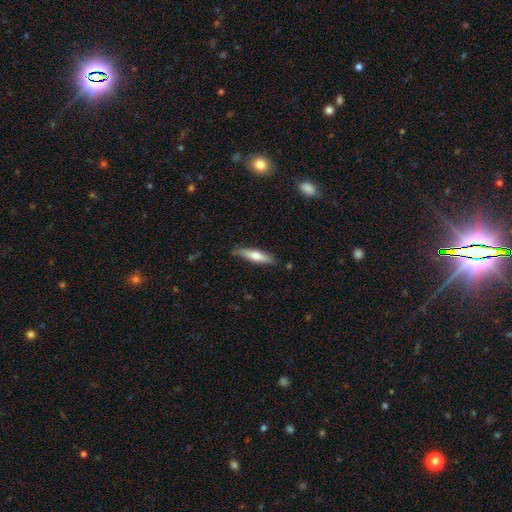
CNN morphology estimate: Smooth or featured: smooth — 58% (featured or disk — 37%)
How rounded: cigar-shaped — 76% (in between — 22%)
Merging: none — 82% (minor disturbance — 14%)